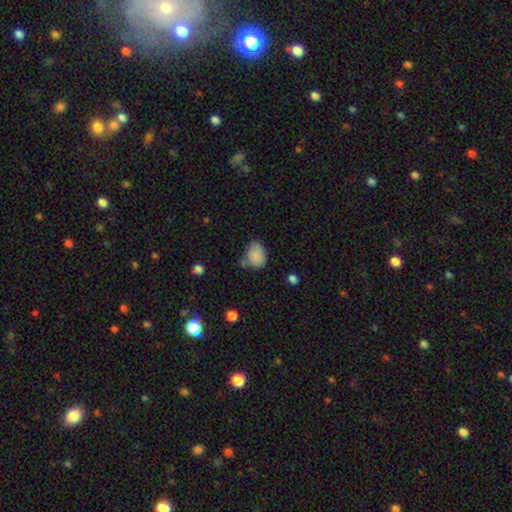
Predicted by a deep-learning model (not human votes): smooth-or-featured: smooth: 84% | star or artifact: 10% | featured or disk: 6%
  how-rounded: in between: 67% | round: 32% | cigar-shaped: 1%
  merging: none: 49% | minor disturbance: 32% | merger: 10% | major disturbance: 9%